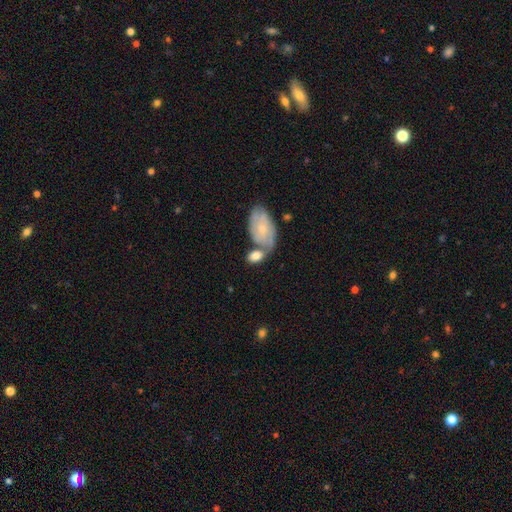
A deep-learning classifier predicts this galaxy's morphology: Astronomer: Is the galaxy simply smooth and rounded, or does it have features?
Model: smooth — 69%.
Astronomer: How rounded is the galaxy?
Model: in between — 82%.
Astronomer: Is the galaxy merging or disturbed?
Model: none — 40% (runner-up: merger, 37%).